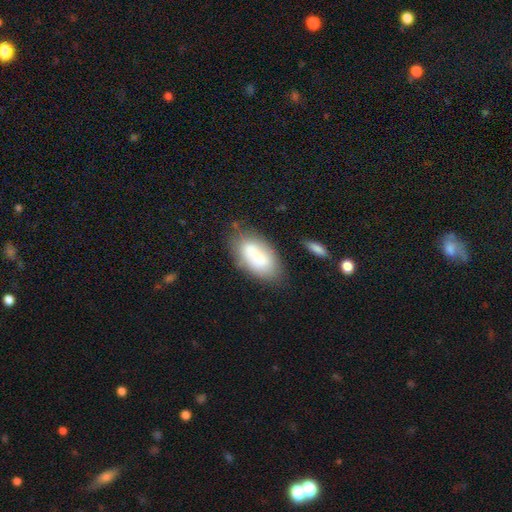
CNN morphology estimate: type=smooth (70%); roundness=in between (92%); merging=none (60%).